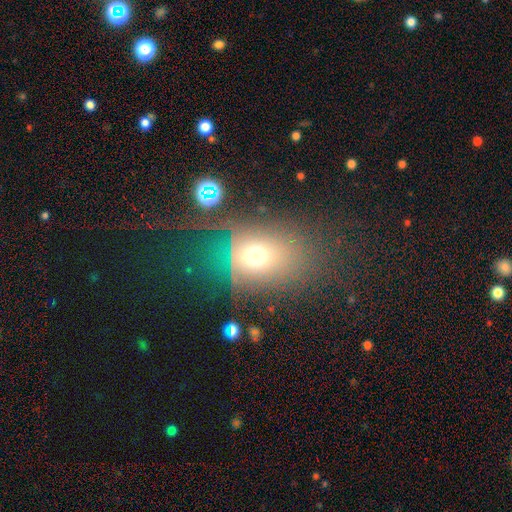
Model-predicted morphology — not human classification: Smooth or featured: smooth — 60% (star or artifact — 21%)
How rounded: in between — 53% (round — 45%)
Merging: none — 46% (major disturbance — 27%)